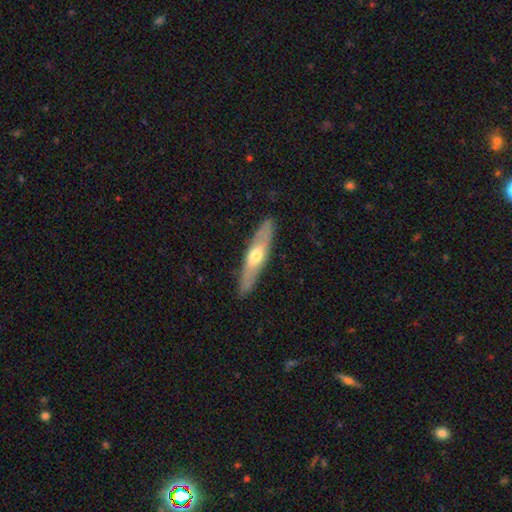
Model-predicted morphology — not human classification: A featured or disk galaxy (51%) viewed edge-on (67%).

Vote fractions:
- Smooth or featured? featured or disk: 51% / smooth: 43% / star or artifact: 5%
- Edge-on disk? yes: 67% / no: 33%
- Merging? none: 86% / minor disturbance: 10% / major disturbance: 2% / merger: 1%